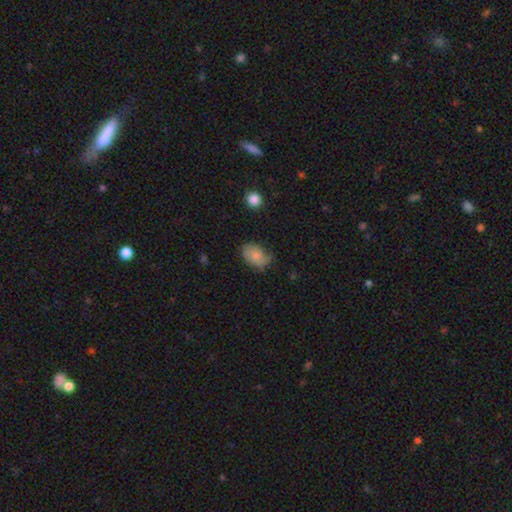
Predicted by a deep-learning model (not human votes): This appears to be a smooth galaxy with no disk features (76%) that is in between round and cigar-shaped (81%). Merging: none (54%).